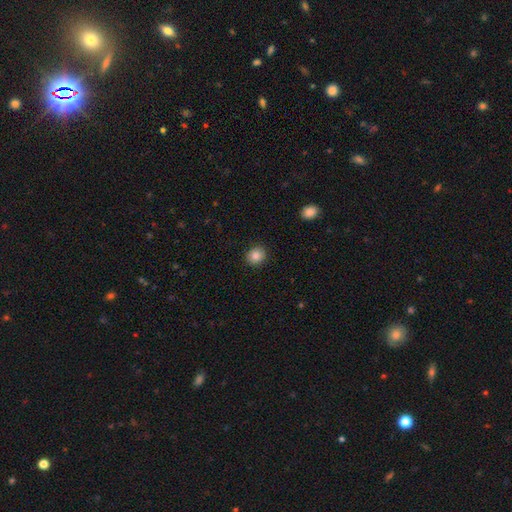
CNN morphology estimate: Q: Smooth or featured?
A: smooth (84%); runner-up: star or artifact (10%)
Q: How rounded?
A: round (78%); runner-up: in between (21%)
Q: Merging?
A: none (90%); runner-up: minor disturbance (7%)